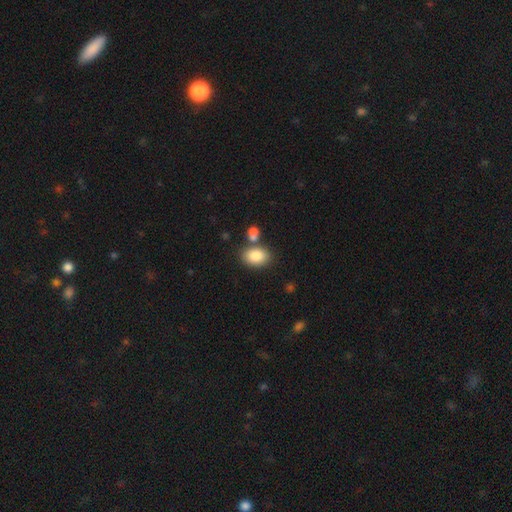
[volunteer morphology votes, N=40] A smooth galaxy with no disk features (88%) that is in between round and cigar-shaped (77%). Merging: none (86%).